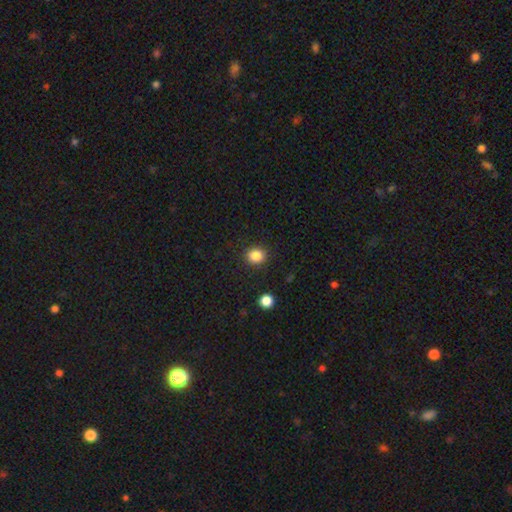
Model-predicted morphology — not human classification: type=smooth (85%); roundness=round (75%); merging=none (90%).